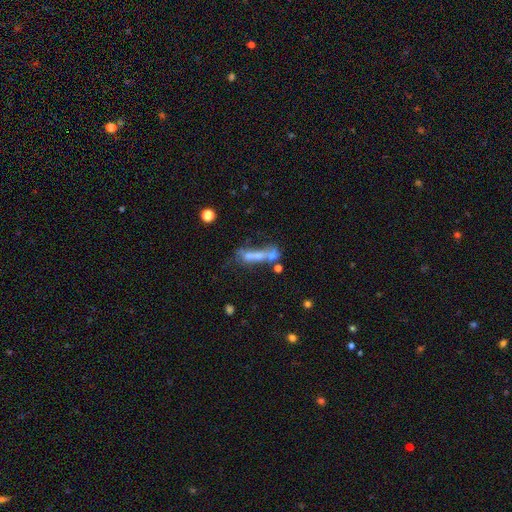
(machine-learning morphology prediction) smooth_or_featured: featured or disk (p=0.44) [alt: smooth p=0.39]
merging: merger (p=0.49) [alt: none p=0.23]